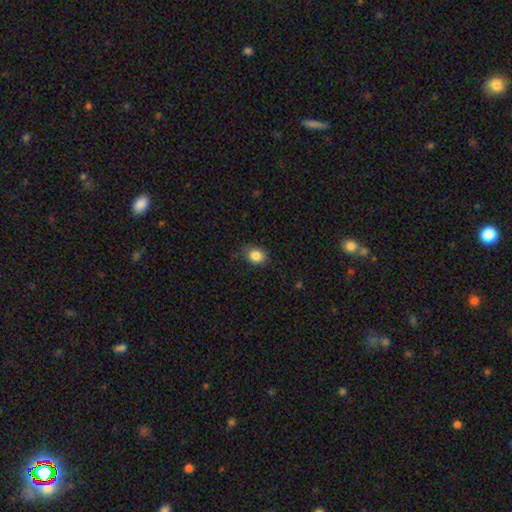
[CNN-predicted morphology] smooth_or_featured: smooth (p=0.85) [alt: star or artifact p=0.10]
how_rounded: in between (p=0.53) [alt: round p=0.46]
merging: none (p=0.79) [alt: minor disturbance p=0.17]